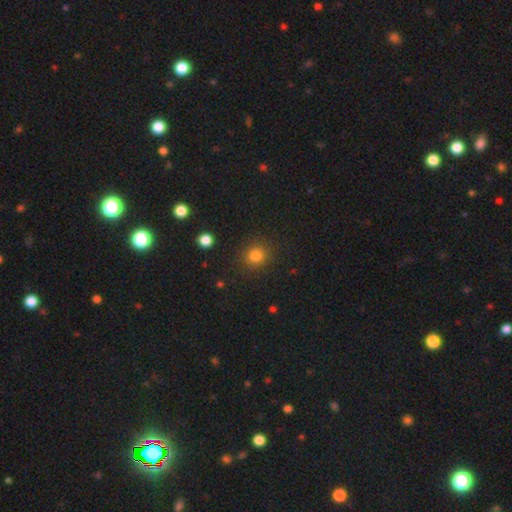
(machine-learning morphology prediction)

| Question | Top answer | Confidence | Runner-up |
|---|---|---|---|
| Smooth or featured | smooth | 81% | star or artifact (14%) |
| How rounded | round | 86% | in between (13%) |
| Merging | none | 88% | minor disturbance (7%) |